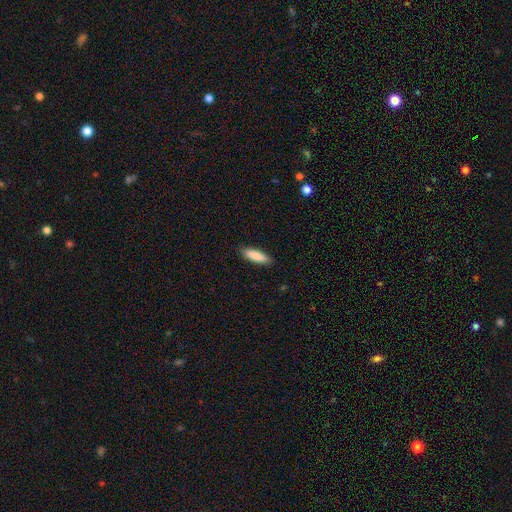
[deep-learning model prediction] Smooth or featured?
  - smooth: 88% *
  - featured or disk: 7%
  - star or artifact: 6%
How rounded?
  - cigar-shaped: 58% *
  - in between: 41%
  - round: 1%
Merging?
  - none: 87% *
  - minor disturbance: 10%
  - major disturbance: 2%
  - merger: 1%